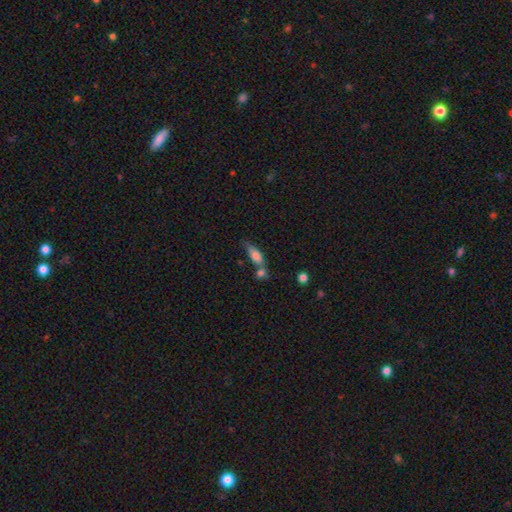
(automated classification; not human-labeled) Smooth or featured?
  - smooth: 75% *
  - featured or disk: 17%
  - star or artifact: 8%
How rounded?
  - in between: 65% *
  - cigar-shaped: 31%
  - round: 4%
Merging?
  - merger: 39% *
  - none: 37%
  - minor disturbance: 16%
  - major disturbance: 7%